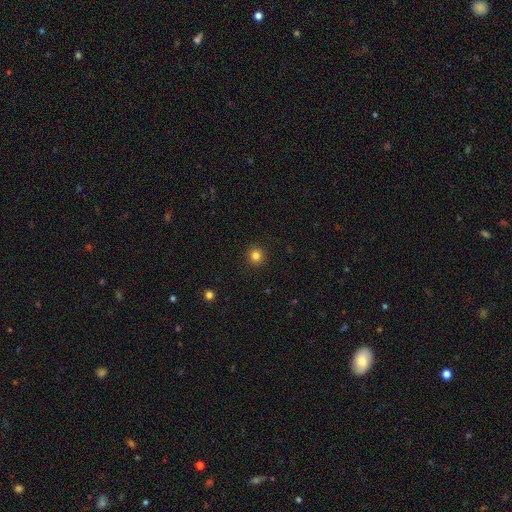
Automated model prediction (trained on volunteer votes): A smooth galaxy with no disk features (82%) that is round (93%).

Vote fractions:
- Smooth or featured? smooth: 82% / star or artifact: 13% / featured or disk: 5%
- How rounded? round: 93% / in between: 6% / cigar-shaped: 1%
- Merging? none: 92% / minor disturbance: 5% / major disturbance: 2% / merger: 1%